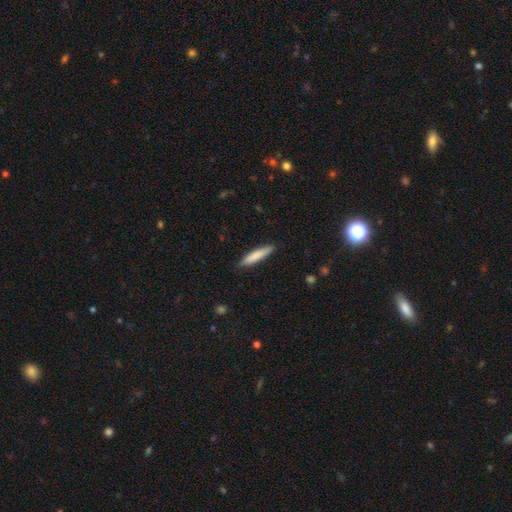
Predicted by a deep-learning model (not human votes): The model was most divided on "smooth or featured": smooth: 81%, featured or disk: 14%, star or artifact: 5%. More confident: how rounded — cigar-shaped (89%); merging — none (87%).